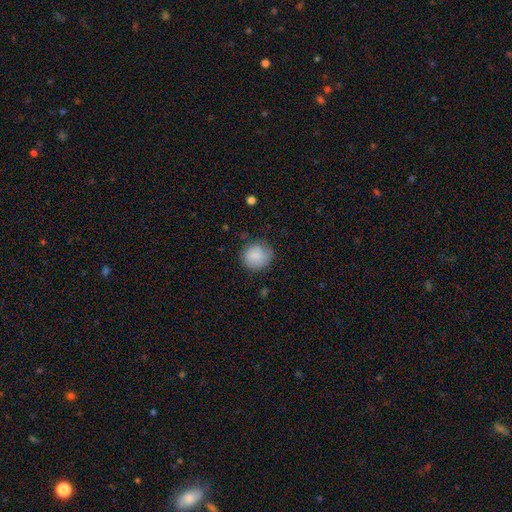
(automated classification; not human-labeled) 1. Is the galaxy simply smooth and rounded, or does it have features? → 85% smooth, 8% star or artifact, 7% featured or disk.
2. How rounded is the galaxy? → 84% round, 15% in between, 1% cigar-shaped.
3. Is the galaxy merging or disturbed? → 74% none, 19% minor disturbance, 5% major disturbance, 2% merger.